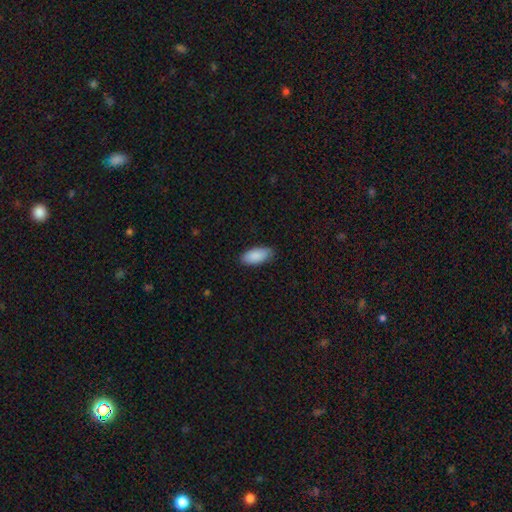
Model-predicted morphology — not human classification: This appears to be a smooth galaxy with no disk features (90%) that is in between round and cigar-shaped (91%). Merging: none (81%).